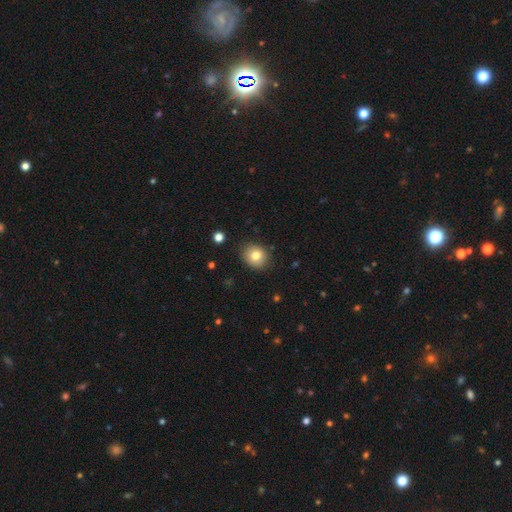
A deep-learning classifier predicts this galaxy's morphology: Smooth or featured: smooth — 80% (star or artifact — 10%)
How rounded: round — 71% (in between — 28%)
Merging: none — 86% (minor disturbance — 10%)